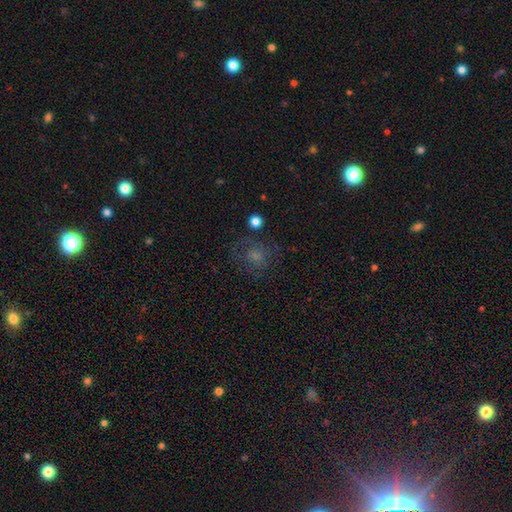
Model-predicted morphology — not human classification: Overall: smooth (55%; featured or disk 26%). How rounded: round (67%; in between 32%). Merging: none (59%; minor disturbance 19%).